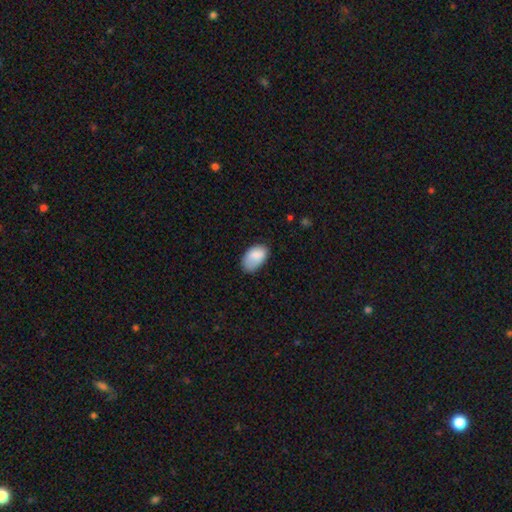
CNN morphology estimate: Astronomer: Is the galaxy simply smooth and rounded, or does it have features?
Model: smooth — 84%.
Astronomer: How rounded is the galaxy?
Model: in between — 93%.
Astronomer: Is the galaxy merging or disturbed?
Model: none — 60%.